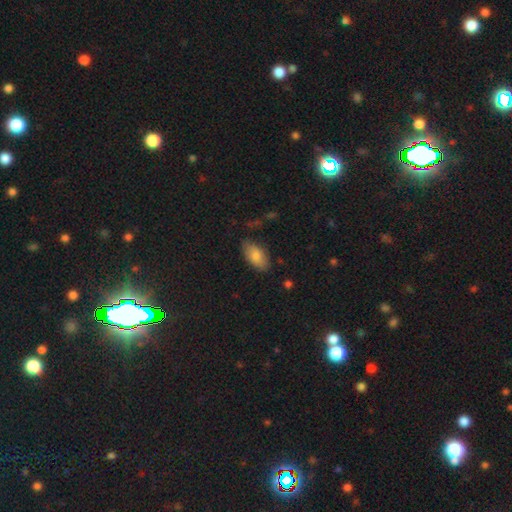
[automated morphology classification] This is clearly a smooth galaxy (81%). How rounded: clearly in between (93%). Merging: clearly none (80%).